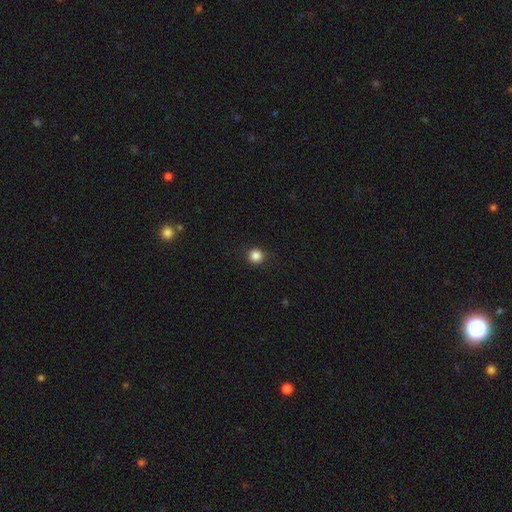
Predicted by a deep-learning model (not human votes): A smooth galaxy with no disk features (85%) that is round (95%). Merging: none (91%).